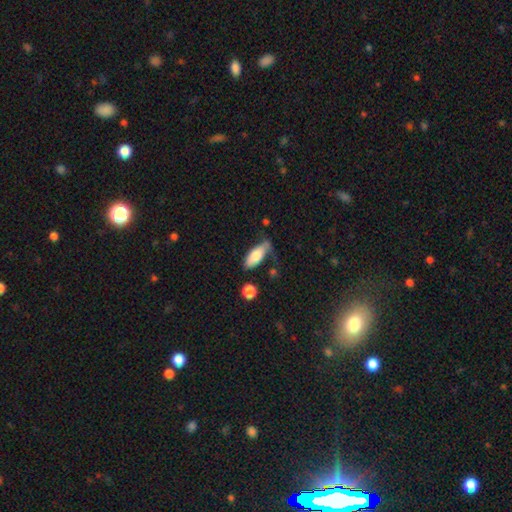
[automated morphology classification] This is likely a smooth galaxy (76%). How rounded: likely in between (78%). Merging: possibly none (51%).